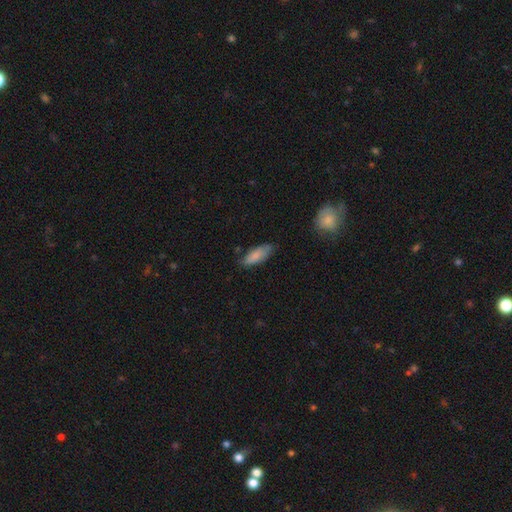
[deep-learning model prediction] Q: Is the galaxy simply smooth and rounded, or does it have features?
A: smooth — 81%.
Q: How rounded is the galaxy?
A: in between — 72%.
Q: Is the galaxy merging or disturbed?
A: none — 67%.